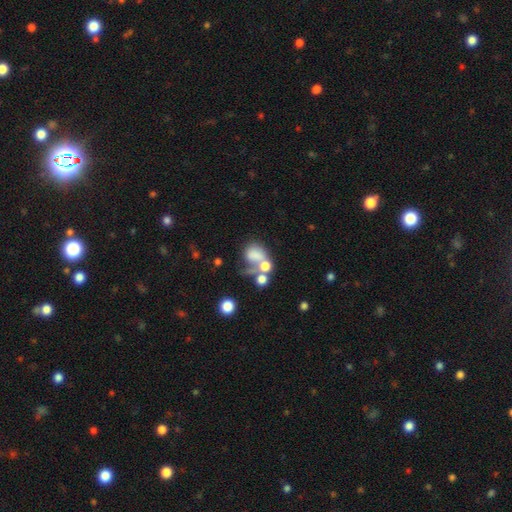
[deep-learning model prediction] A smooth galaxy with no disk features (59%) that is in between round and cigar-shaped (50%). Merging: merger (42%).